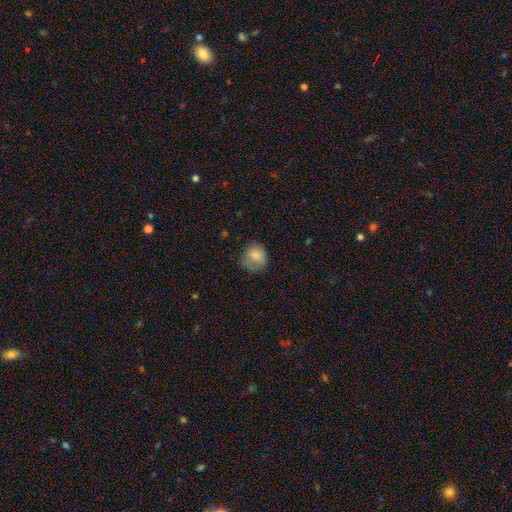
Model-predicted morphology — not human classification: type=smooth (78%); roundness=round (75%); merging=none (56%).